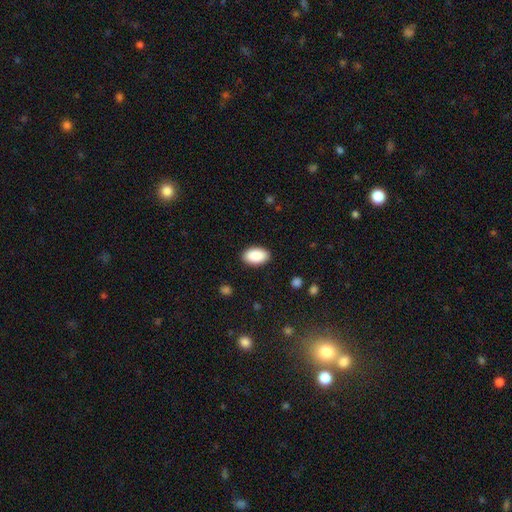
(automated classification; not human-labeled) Overall: smooth (90%). How rounded: in between (94%). Merging: none (89%).